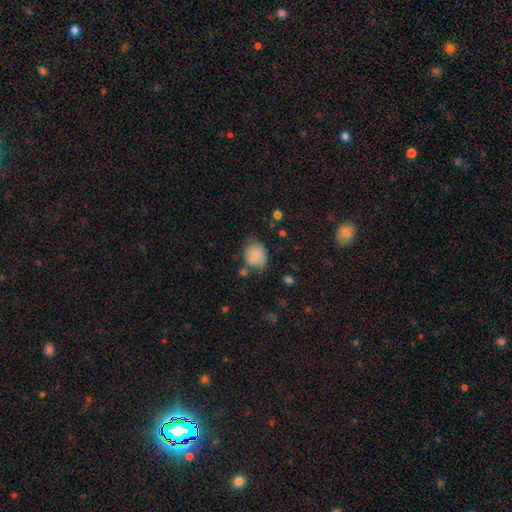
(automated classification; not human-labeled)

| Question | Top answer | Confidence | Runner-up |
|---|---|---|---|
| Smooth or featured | smooth | 72% | featured or disk (19%) |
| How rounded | round | 57% | in between (42%) |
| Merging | none | 57% | minor disturbance (29%) |